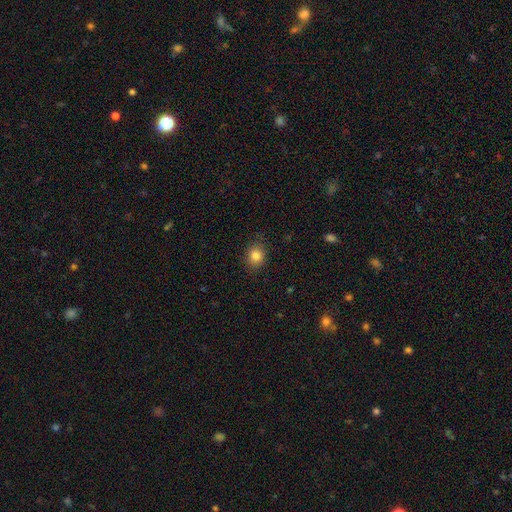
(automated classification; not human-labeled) This is clearly a smooth galaxy (84%). How rounded: likely round (65%). Merging: clearly none (85%).